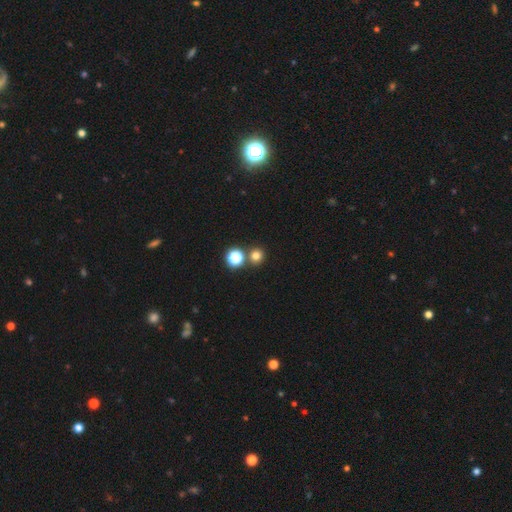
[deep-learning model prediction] This appears to be a smooth galaxy with no disk features (74%) that is round (90%). Merging: none (76%).